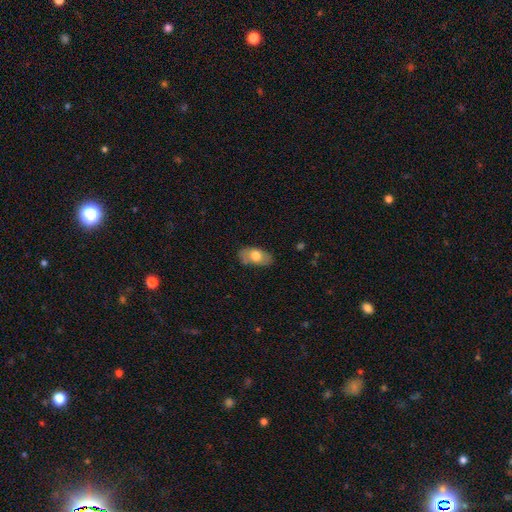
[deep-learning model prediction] A smooth galaxy with no disk features (69%) that is in between round and cigar-shaped (92%).

Vote fractions:
- Smooth or featured? smooth: 69% / featured or disk: 25% / star or artifact: 6%
- How rounded? in between: 92% / round: 5% / cigar-shaped: 3%
- Merging? none: 78% / minor disturbance: 17% / major disturbance: 4% / merger: 1%